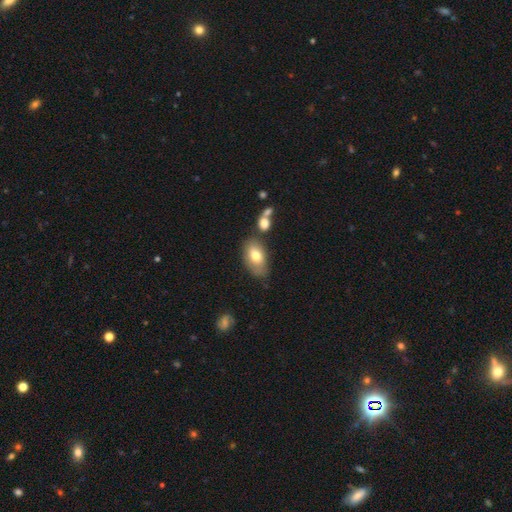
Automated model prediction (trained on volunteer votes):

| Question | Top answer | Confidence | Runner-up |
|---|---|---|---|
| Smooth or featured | smooth | 74% | featured or disk (19%) |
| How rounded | in between | 91% | round (7%) |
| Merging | none | 61% | minor disturbance (22%) |